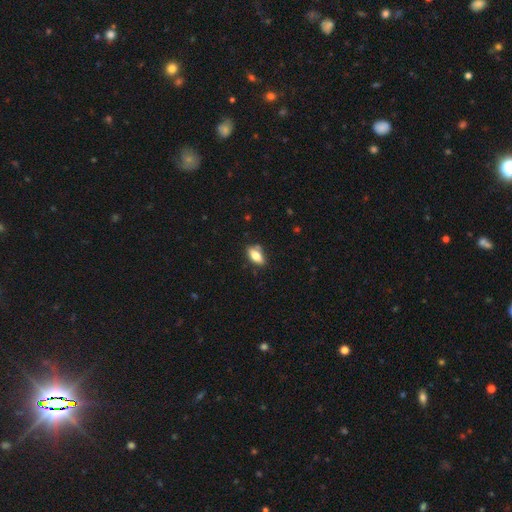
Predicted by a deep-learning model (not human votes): Overall: smooth (74%). How rounded: in between (87%). Merging: none (74%).